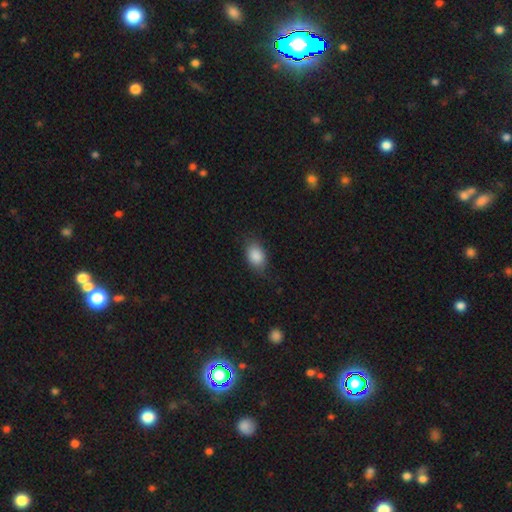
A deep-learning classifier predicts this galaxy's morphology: Smooth or featured: smooth — 87% (star or artifact — 7%)
How rounded: in between — 85% (round — 14%)
Merging: none — 73% (minor disturbance — 21%)